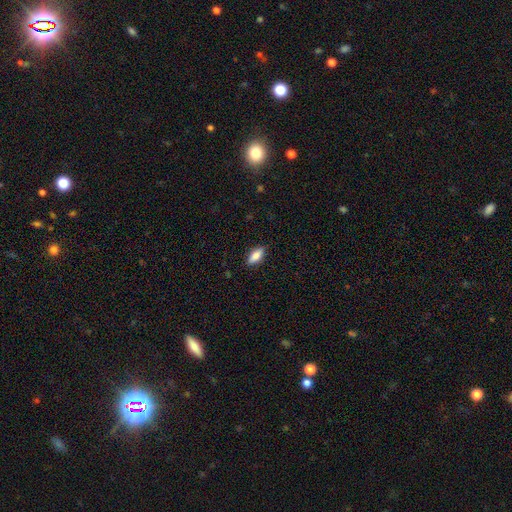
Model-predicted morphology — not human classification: This is likely a smooth galaxy (77%). How rounded: clearly in between (81%). Merging: clearly none (87%).